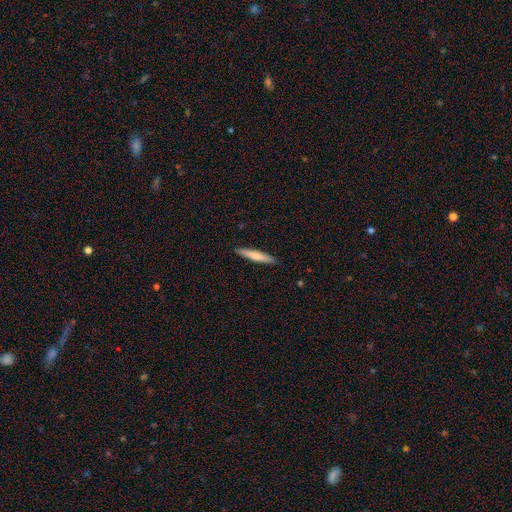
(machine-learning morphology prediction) This appears to be a smooth galaxy with no disk features (64%) that is cigar-shaped (93%). Merging: none (91%).